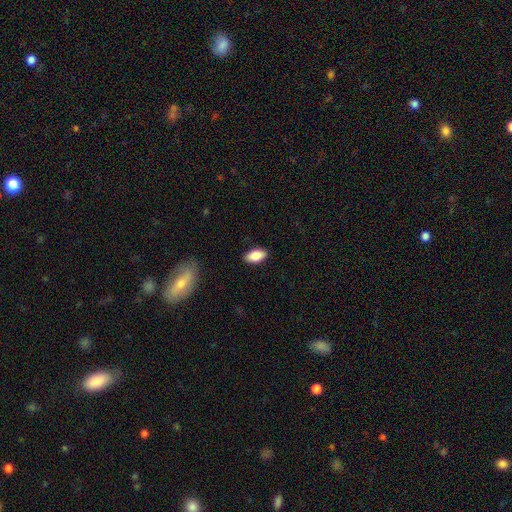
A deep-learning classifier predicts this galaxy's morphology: Smooth or featured?
  - smooth: 86% *
  - featured or disk: 8%
  - star or artifact: 7%
How rounded?
  - in between: 92% *
  - cigar-shaped: 5%
  - round: 3%
Merging?
  - none: 88% *
  - minor disturbance: 9%
  - major disturbance: 2%
  - merger: 1%